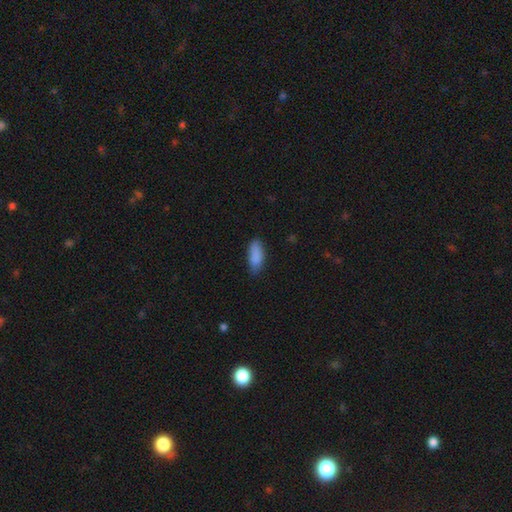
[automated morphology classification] smooth-or-featured: smooth: 88% | star or artifact: 7% | featured or disk: 6%
  how-rounded: in between: 80% | cigar-shaped: 18% | round: 2%
  merging: none: 71% | minor disturbance: 23% | major disturbance: 4% | merger: 1%